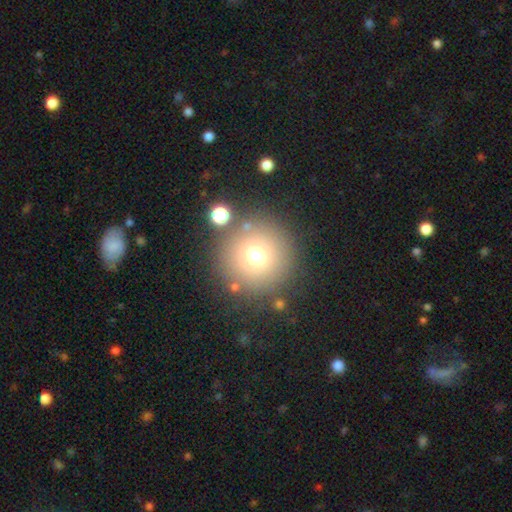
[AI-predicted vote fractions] A smooth galaxy with no disk features (69%) that is round (96%). Merging: none (84%).